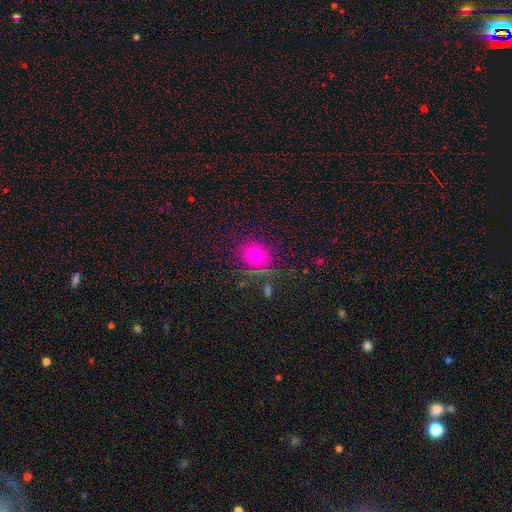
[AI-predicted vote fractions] smooth_or_featured: smooth (p=0.73) [alt: star or artifact p=0.16]
how_rounded: round (p=0.74) [alt: in between p=0.25]
merging: none (p=0.80) [alt: minor disturbance p=0.12]